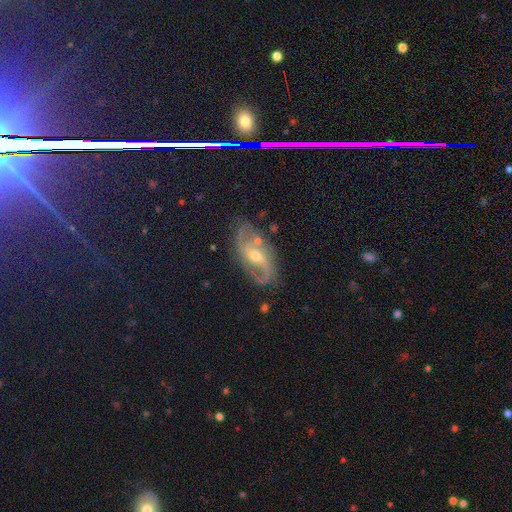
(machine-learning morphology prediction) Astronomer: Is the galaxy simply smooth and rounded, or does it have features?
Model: featured or disk — 87%.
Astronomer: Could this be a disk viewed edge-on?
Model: no — 95%.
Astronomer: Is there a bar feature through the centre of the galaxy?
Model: weak — 42% (runner-up: no, 34%).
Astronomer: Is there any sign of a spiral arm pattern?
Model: yes — 96%.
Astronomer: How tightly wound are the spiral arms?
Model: medium — 48% (runner-up: loose, 35%).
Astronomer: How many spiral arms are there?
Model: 2 — 88%.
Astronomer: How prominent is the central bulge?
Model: moderate — 55% (runner-up: small, 41%).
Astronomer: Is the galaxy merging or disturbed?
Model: none — 74%.